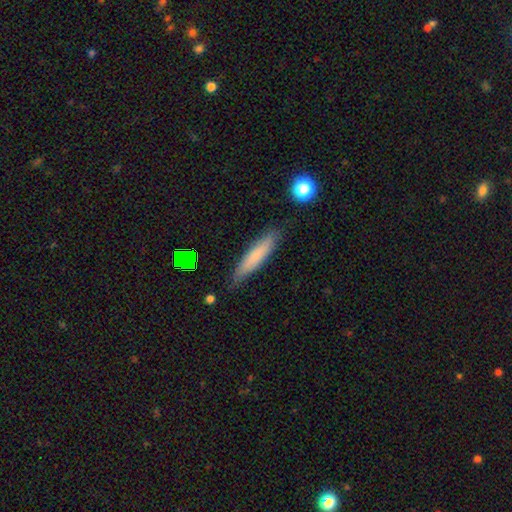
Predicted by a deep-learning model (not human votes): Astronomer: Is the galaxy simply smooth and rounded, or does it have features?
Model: smooth — 71%.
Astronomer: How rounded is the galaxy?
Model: cigar-shaped — 86%.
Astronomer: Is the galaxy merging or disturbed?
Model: none — 81%.